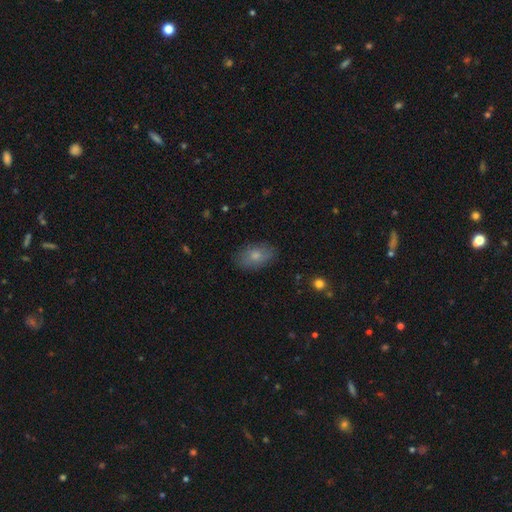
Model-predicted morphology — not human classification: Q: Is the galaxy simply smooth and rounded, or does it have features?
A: smooth — 77%.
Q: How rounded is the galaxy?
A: in between — 89%.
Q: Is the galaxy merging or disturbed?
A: none — 82%.